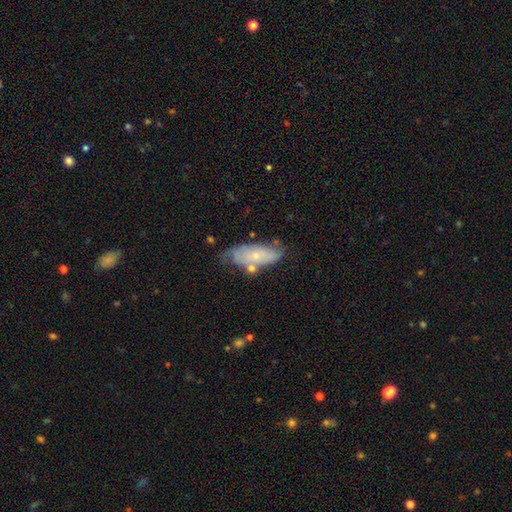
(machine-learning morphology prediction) The model was most divided on "smooth or featured": featured or disk: 47%, smooth: 46%, star or artifact: 7%. More confident: merging — none (51%).